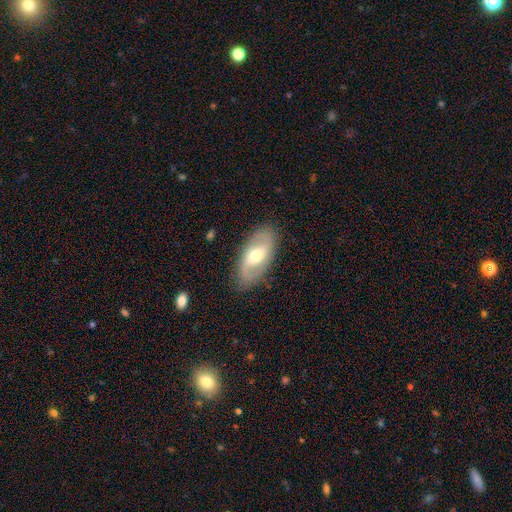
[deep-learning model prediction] smooth_or_featured: featured or disk (p=0.67) [alt: smooth p=0.27]
disk_edge_on: no (p=0.92) [alt: yes p=0.08]
bar: weak (p=0.44) [alt: no p=0.34]
has_spiral_arms: yes (p=0.77) [alt: no p=0.23]
bulge_size: moderate (p=0.64) [alt: small p=0.28]
merging: none (p=0.84) [alt: minor disturbance p=0.11]